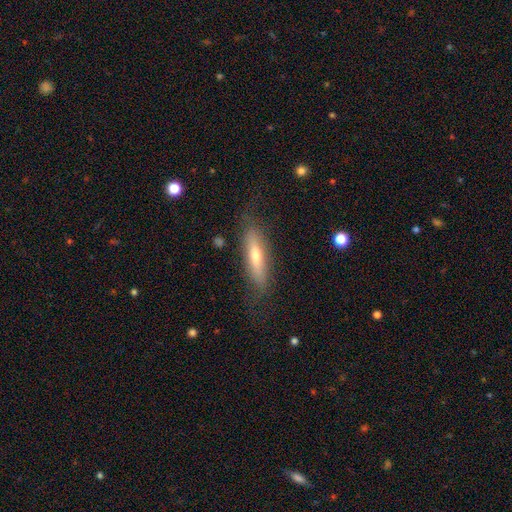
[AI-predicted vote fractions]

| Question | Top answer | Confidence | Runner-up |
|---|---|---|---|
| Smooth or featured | smooth | 51% | featured or disk (42%) |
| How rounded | cigar-shaped | 75% | in between (23%) |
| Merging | none | 78% | minor disturbance (16%) |